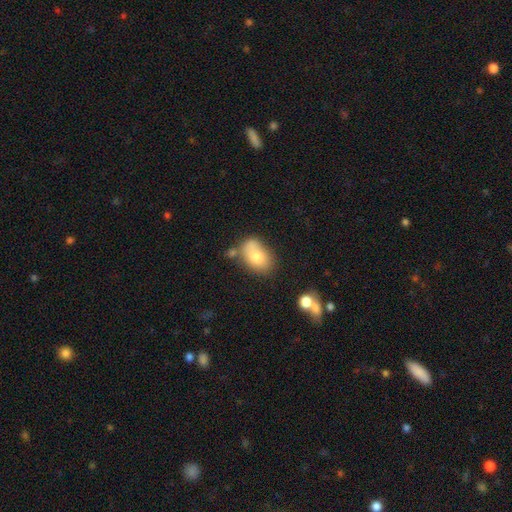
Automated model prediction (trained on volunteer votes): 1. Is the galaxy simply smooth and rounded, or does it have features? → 78% smooth, 14% featured or disk, 8% star or artifact.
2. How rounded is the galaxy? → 86% in between, 13% round, 1% cigar-shaped.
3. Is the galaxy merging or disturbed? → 53% none, 24% minor disturbance, 16% merger, 8% major disturbance.